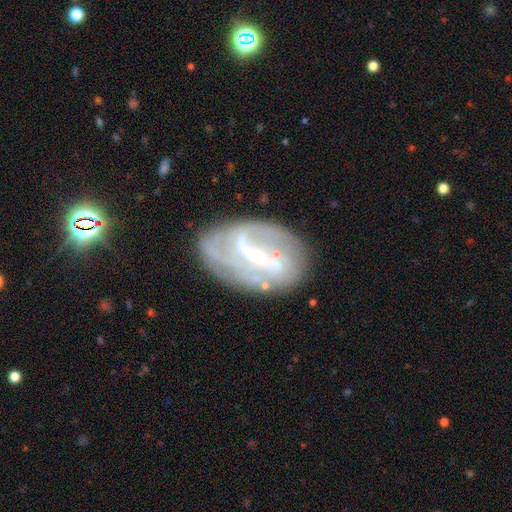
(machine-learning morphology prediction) This is likely a featured or disk galaxy (79%). It is clearly not viewed edge-on (96%). Bar: marginally strong (40%, tied with weak). Spiral arm pattern: likely yes (79%). Spiral arm count: marginally 2 (44%). Spiral winding: marginally medium (36%). Central bulge: likely small (75%). Merging: likely none (66%).